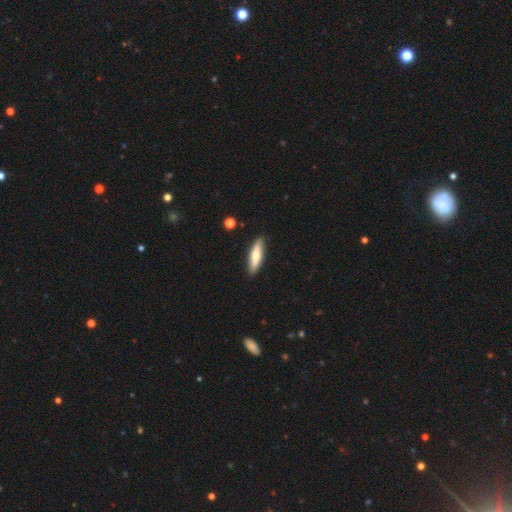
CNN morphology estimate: A smooth galaxy with no disk features (68%) that is cigar-shaped (71%).

Vote fractions:
- Smooth or featured? smooth: 68% / featured or disk: 26% / star or artifact: 6%
- How rounded? cigar-shaped: 71% / in between: 28% / round: 2%
- Merging? none: 88% / minor disturbance: 9% / major disturbance: 2% / merger: 1%